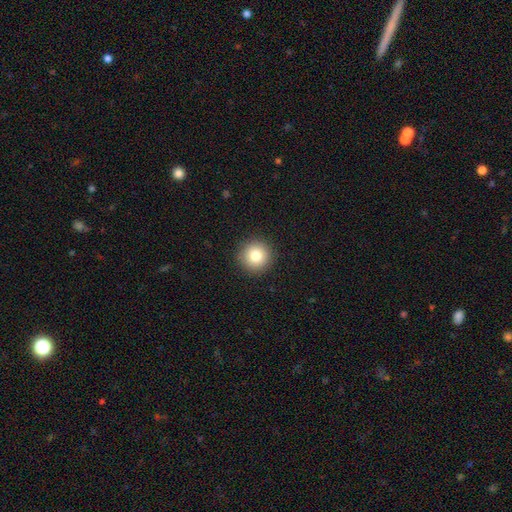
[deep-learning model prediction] This appears to be a smooth galaxy with no disk features (81%) that is round (95%). Merging: none (92%).